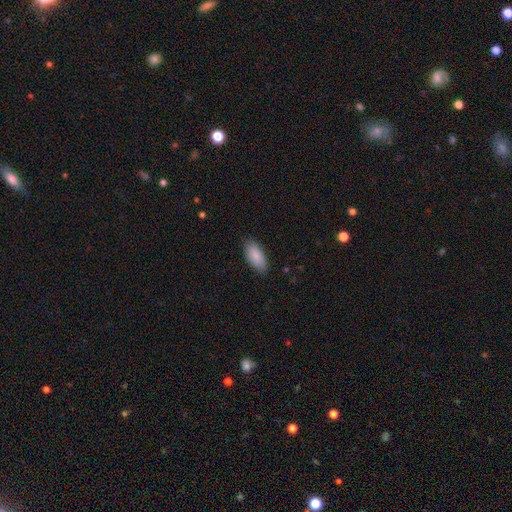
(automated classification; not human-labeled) smooth_or_featured: smooth (p=0.88) [alt: featured or disk p=0.06]
how_rounded: in between (p=0.88) [alt: cigar-shaped p=0.10]
merging: none (p=0.84) [alt: minor disturbance p=0.12]